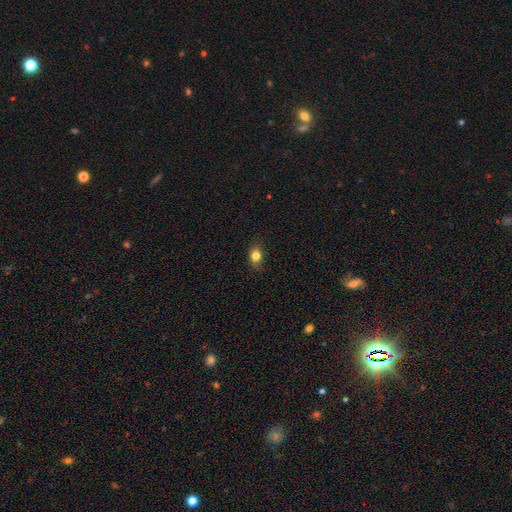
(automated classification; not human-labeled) The model was most divided on "how rounded": in between: 64%, round: 33%, cigar-shaped: 2%. More confident: merging — none (83%); smooth or featured — smooth (81%).